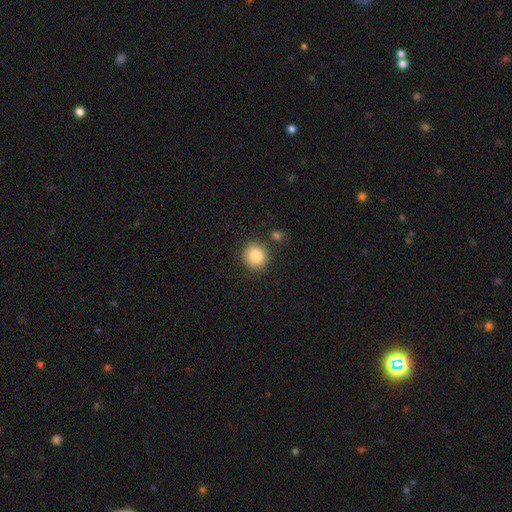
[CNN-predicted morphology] Smooth or featured? smooth (86%)
How rounded? round (82%)
Merging? none (83%)